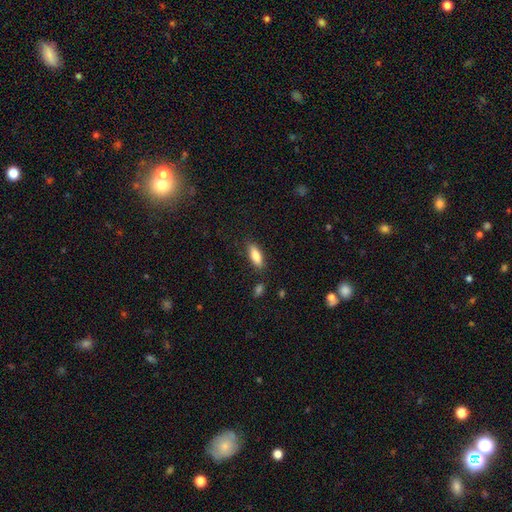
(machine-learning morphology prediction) This appears to be a smooth galaxy with no disk features (83%) that is in between round and cigar-shaped (64%). Merging: none (84%).